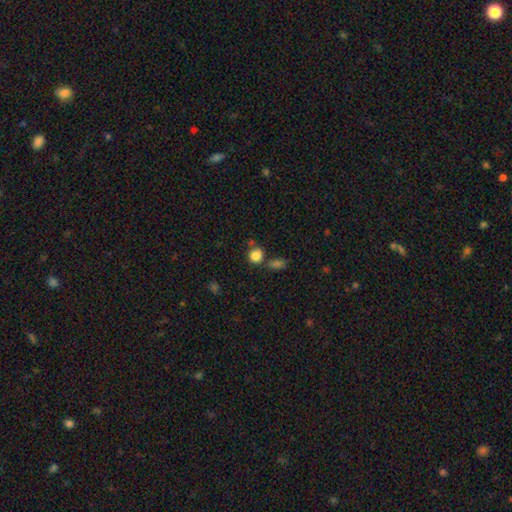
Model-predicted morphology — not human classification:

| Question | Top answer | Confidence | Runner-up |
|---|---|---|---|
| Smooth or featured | smooth | 84% | star or artifact (11%) |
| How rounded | round | 83% | in between (16%) |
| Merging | none | 66% | merger (17%) |